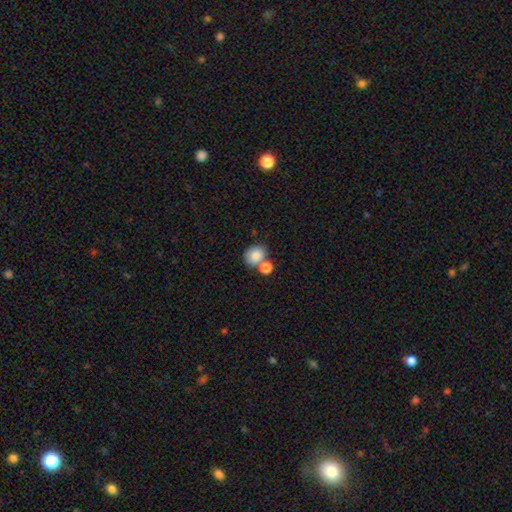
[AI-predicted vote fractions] Q: Smooth or featured?
A: smooth (84%); runner-up: star or artifact (9%)
Q: How rounded?
A: round (51%); runner-up: in between (48%)
Q: Merging?
A: none (53%); runner-up: merger (31%)